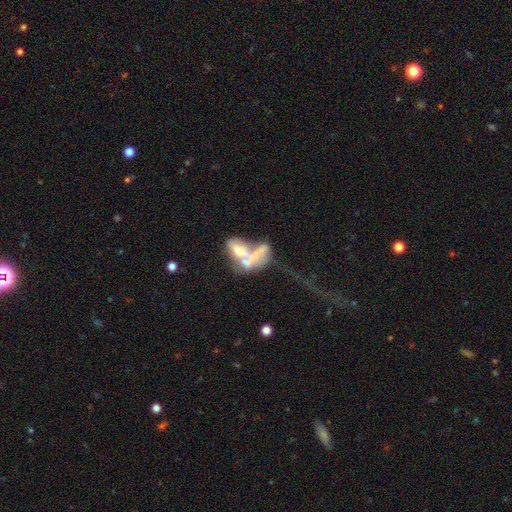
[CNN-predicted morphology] The model was most divided on "smooth or featured": featured or disk: 50%, smooth: 38%, star or artifact: 12%. More confident: edge-on disk — no (91%); merging — merger (63%).